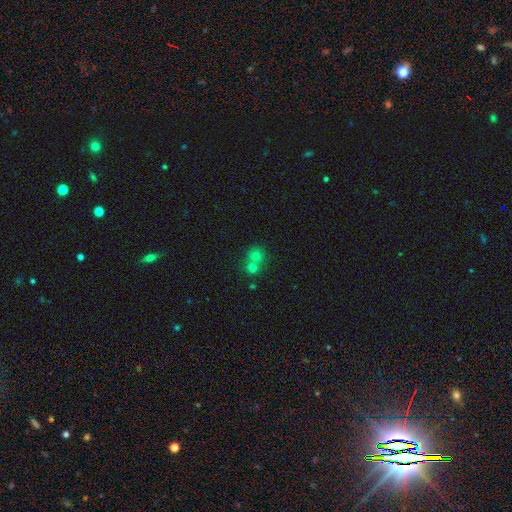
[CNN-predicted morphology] smooth-or-featured: smooth: 71% | star or artifact: 16% | featured or disk: 13%
  how-rounded: round: 84% | in between: 16% | cigar-shaped: 1%
  merging: merger: 54% | none: 39% | minor disturbance: 5% | major disturbance: 2%